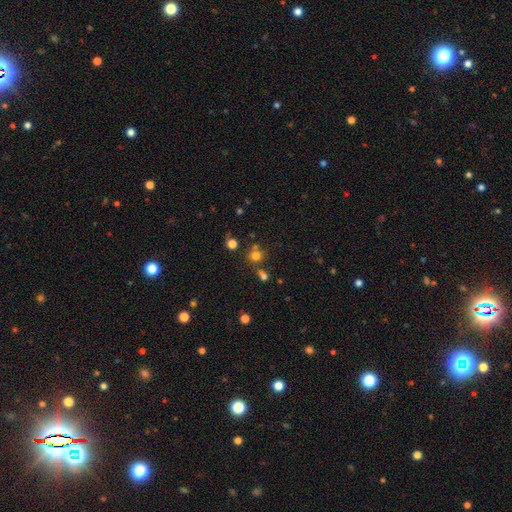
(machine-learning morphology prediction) Smooth or featured?
  - smooth: 71% *
  - star or artifact: 21%
  - featured or disk: 8%
How rounded?
  - round: 85% *
  - in between: 13%
  - cigar-shaped: 1%
Merging?
  - none: 67% *
  - merger: 18%
  - minor disturbance: 10%
  - major disturbance: 4%